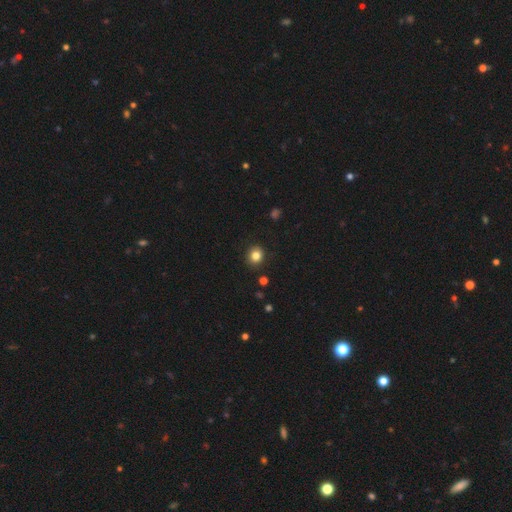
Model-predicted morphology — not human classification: smooth 82%, star or artifact 12%, featured or disk 6%. Down the decision tree: how rounded — round (83%); merging — none (90%).